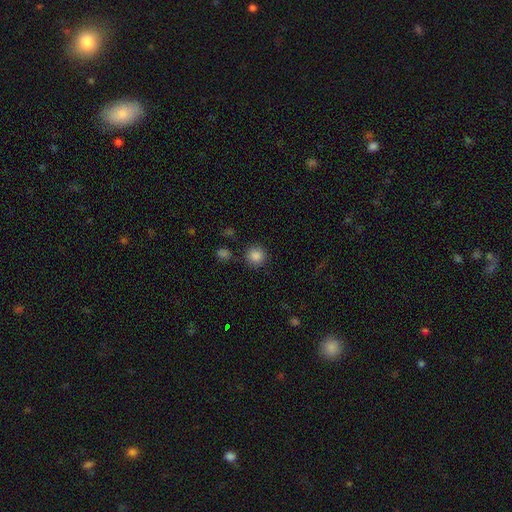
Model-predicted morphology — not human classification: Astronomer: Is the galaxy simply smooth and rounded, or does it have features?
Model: smooth — 86%.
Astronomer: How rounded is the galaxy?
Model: round — 94%.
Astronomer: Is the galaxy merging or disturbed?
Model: none — 87%.